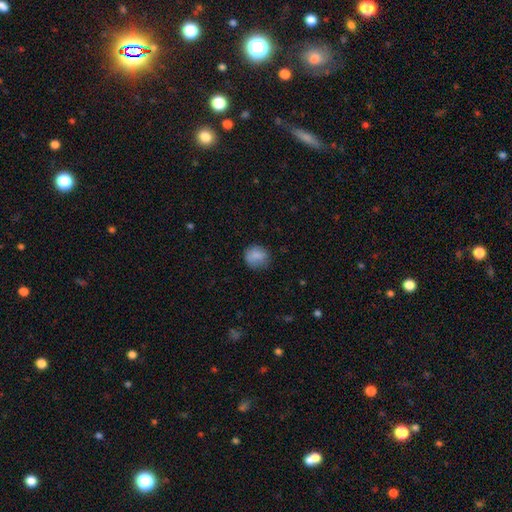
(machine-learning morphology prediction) Q: Smooth or featured?
A: smooth (84%); runner-up: star or artifact (8%)
Q: How rounded?
A: round (76%); runner-up: in between (23%)
Q: Merging?
A: none (77%); runner-up: minor disturbance (17%)